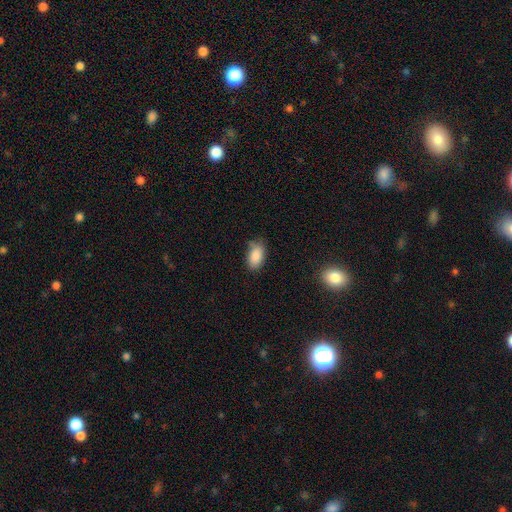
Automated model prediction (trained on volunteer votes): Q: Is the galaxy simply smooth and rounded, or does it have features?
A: smooth — 87%.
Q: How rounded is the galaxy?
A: in between — 93%.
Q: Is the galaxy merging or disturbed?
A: none — 69%.